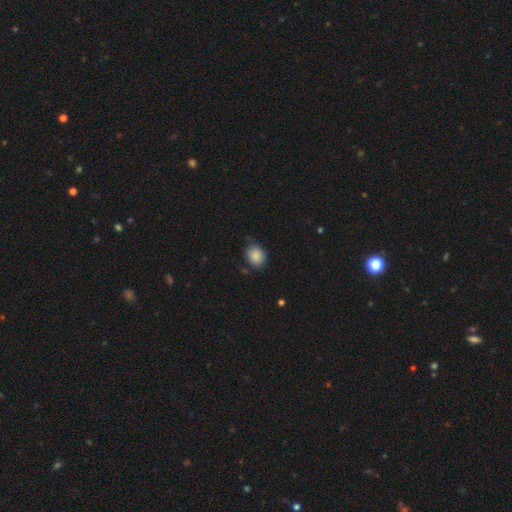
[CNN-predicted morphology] A smooth galaxy with no disk features (87%) that is round (54%). Merging: none (75%).